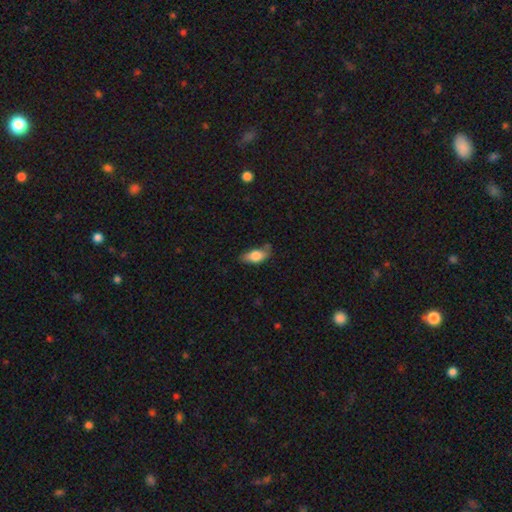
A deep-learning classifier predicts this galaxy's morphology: Smooth or featured: smooth — 77% (featured or disk — 17%)
How rounded: in between — 84% (cigar-shaped — 12%)
Merging: none — 68% (minor disturbance — 24%)